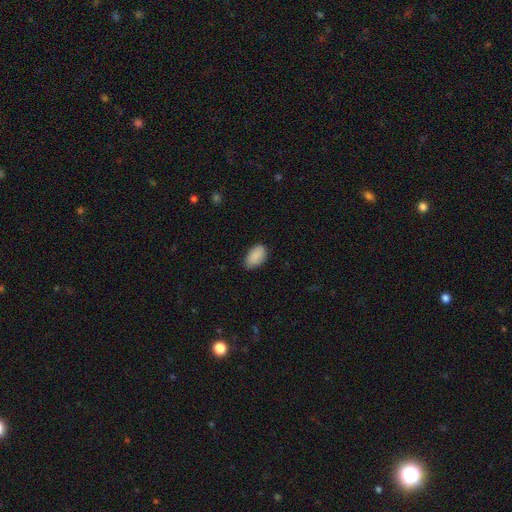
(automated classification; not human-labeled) Smooth or featured? smooth (89%)
How rounded? in between (93%)
Merging? none (76%)